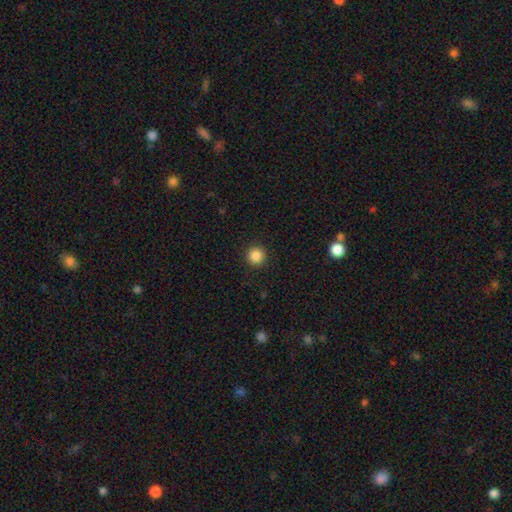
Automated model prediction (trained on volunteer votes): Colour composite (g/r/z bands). It shows a smooth galaxy with no disk features (86%) that is round (95%). Merging: none (93%).